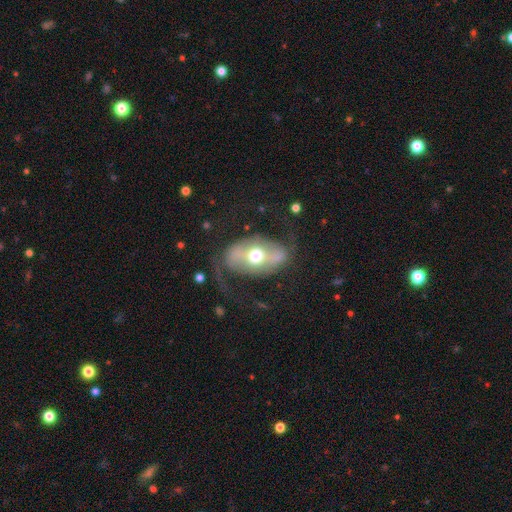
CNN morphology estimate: The model was most divided on "bar": strong: 42%, no: 30%, weak: 28%. More confident: edge-on disk — no (92%); smooth or featured — featured or disk (71%); bulge size — moderate (70%); spiral arms — yes (65%); merging — none (57%).